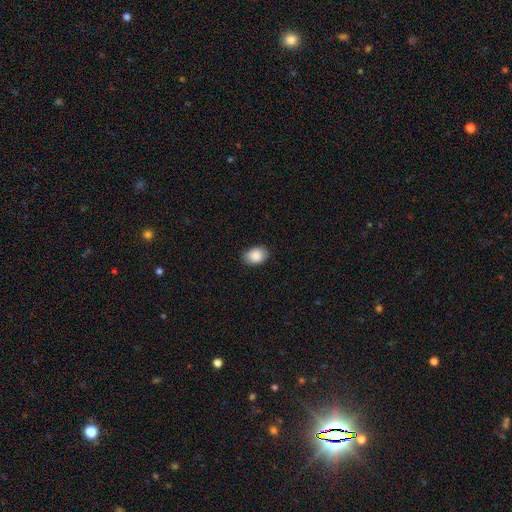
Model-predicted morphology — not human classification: Smooth or featured? smooth (89%)
How rounded? in between (80%)
Merging? none (85%)